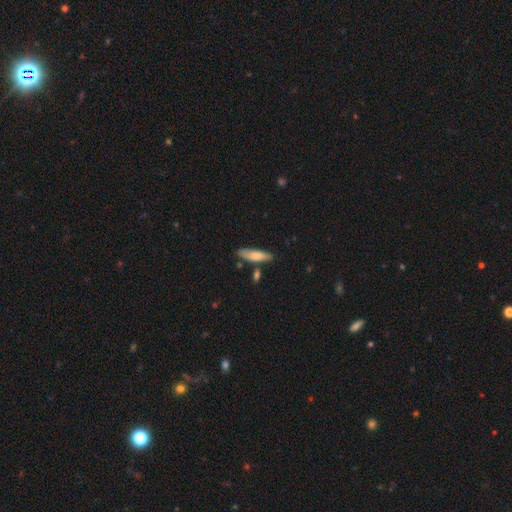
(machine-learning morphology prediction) This is likely a smooth galaxy (76%). How rounded: likely cigar-shaped (63%). Merging: likely none (72%).